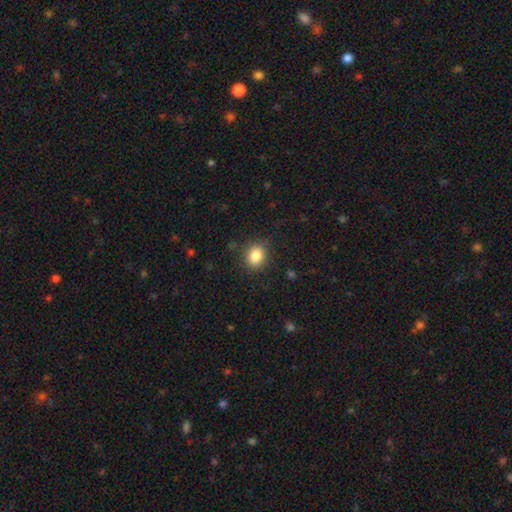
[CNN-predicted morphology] smooth_or_featured: smooth (p=0.85) [alt: star or artifact p=0.10]
how_rounded: round (p=0.59) [alt: in between p=0.40]
merging: none (p=0.85) [alt: minor disturbance p=0.11]